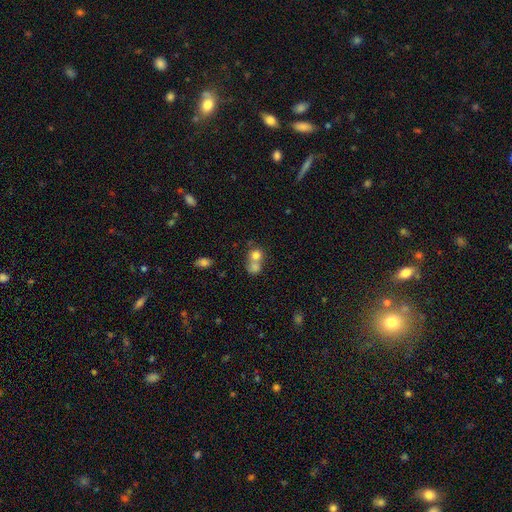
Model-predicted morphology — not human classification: A smooth galaxy with no disk features (75%) that is round (75%). Merging: merger (62%).